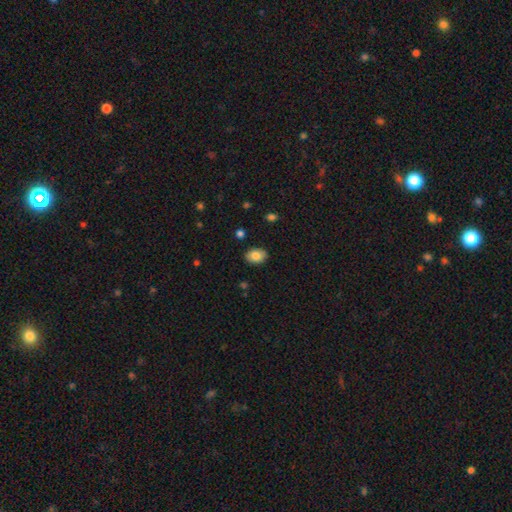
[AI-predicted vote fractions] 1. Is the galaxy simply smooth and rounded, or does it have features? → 83% smooth, 9% featured or disk, 8% star or artifact.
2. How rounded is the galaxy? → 76% in between, 23% round, 1% cigar-shaped.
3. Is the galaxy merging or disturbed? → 87% none, 10% minor disturbance, 2% major disturbance, 1% merger.